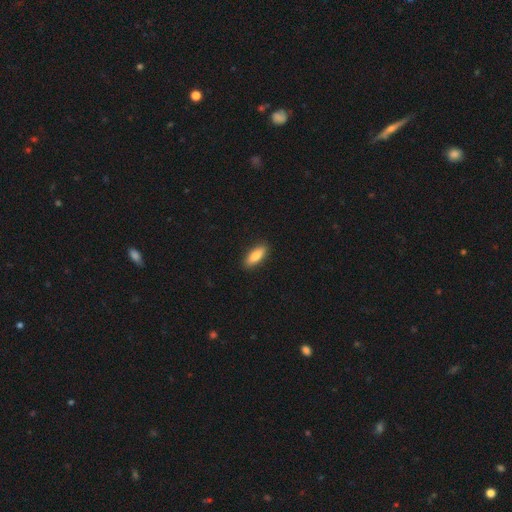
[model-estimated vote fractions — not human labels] This appears to be a smooth galaxy with no disk features (81%) that is in between round and cigar-shaped (63%). Merging: none (90%).